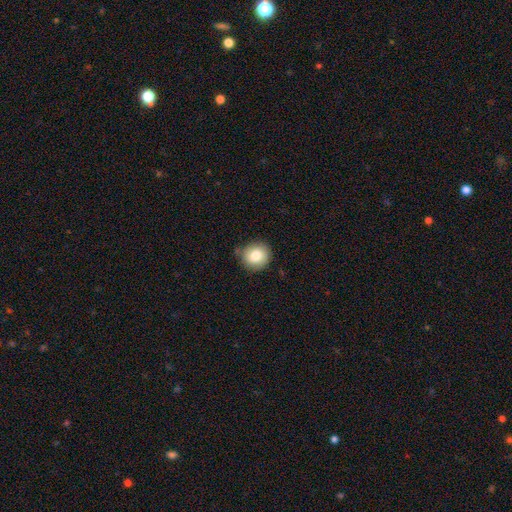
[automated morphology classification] Smooth or featured? Predicted: smooth (p=0.82). How rounded? Predicted: round (p=0.90). Merging? Predicted: none (p=0.80).